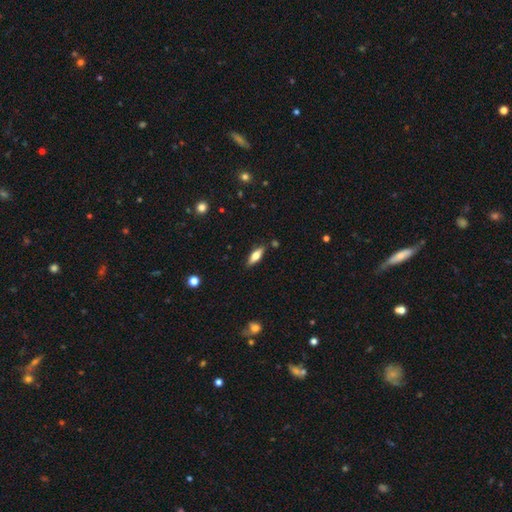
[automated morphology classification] A smooth galaxy with no disk features (57%) that is in between round and cigar-shaped (56%).

Vote fractions:
- Smooth or featured? smooth: 57% / featured or disk: 36% / star or artifact: 7%
- How rounded? in between: 56% / cigar-shaped: 41% / round: 3%
- Merging? none: 86% / minor disturbance: 10% / major disturbance: 2% / merger: 2%